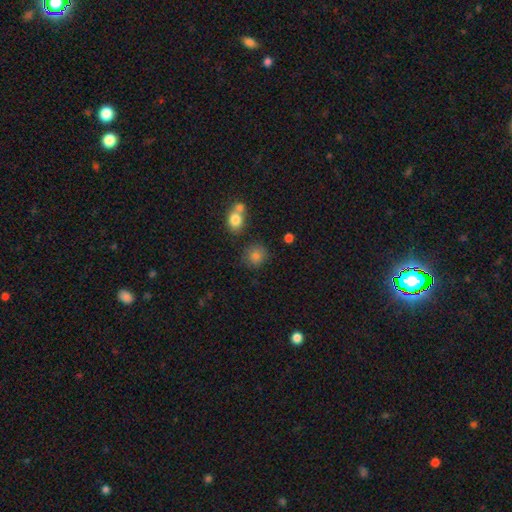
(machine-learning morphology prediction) The model was most divided on "merging": none: 78%, minor disturbance: 11%, merger: 8%, major disturbance: 3%. More confident: how rounded — round (84%); smooth or featured — smooth (81%).